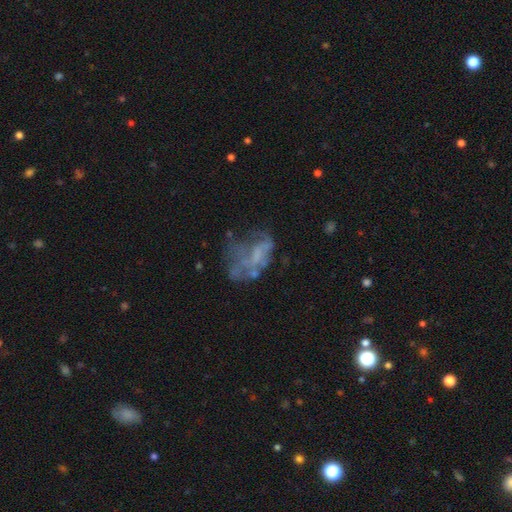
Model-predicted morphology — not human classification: This appears to be a featured or disk galaxy (57%) with no bar (84%), no spiral arms (85%) and no central bulge (70%). Merging: major disturbance (38%).